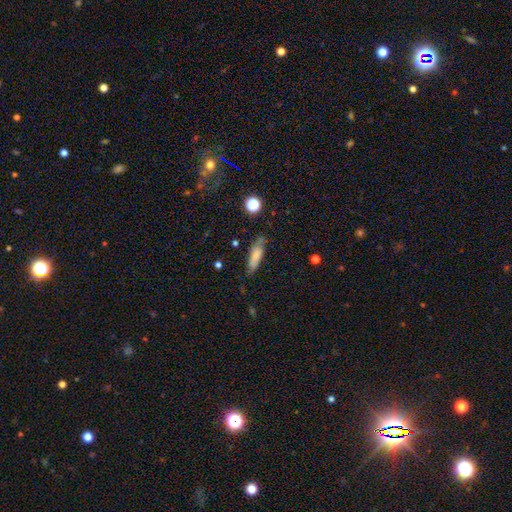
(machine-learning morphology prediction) Smooth or featured: smooth — 75% (featured or disk — 17%)
How rounded: cigar-shaped — 54% (in between — 44%)
Merging: none — 68% (minor disturbance — 23%)